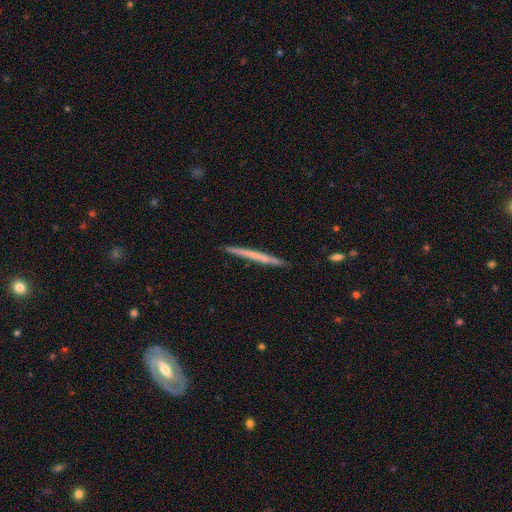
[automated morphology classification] A smooth galaxy with no disk features (50%).

Vote fractions:
- Smooth or featured? smooth: 50% / featured or disk: 45% / star or artifact: 5%
- Merging? none: 90% / minor disturbance: 7% / major disturbance: 1% / merger: 1%